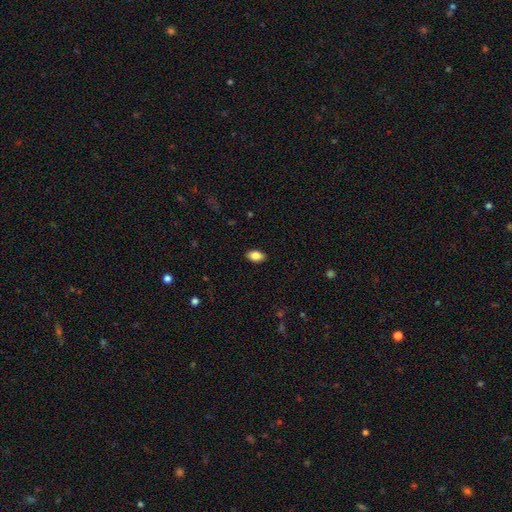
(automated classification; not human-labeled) smooth 84%, featured or disk 8%, star or artifact 8%. Down the decision tree: how rounded — in between (91%); merging — none (88%).